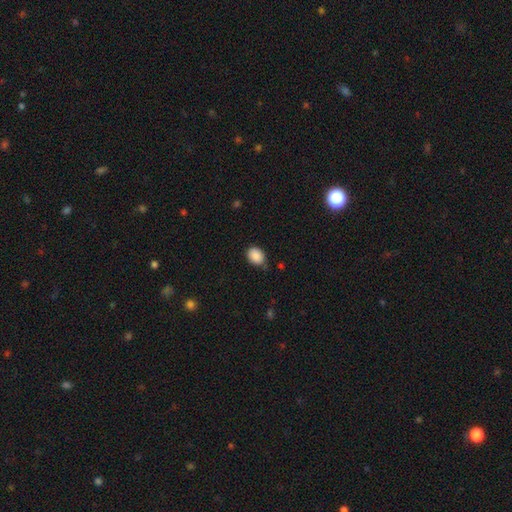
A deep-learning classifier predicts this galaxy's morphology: smooth-or-featured: smooth: 89% | star or artifact: 8% | featured or disk: 3%
  how-rounded: in between: 66% | round: 33% | cigar-shaped: 1%
  merging: none: 77% | minor disturbance: 18% | major disturbance: 3% | merger: 2%